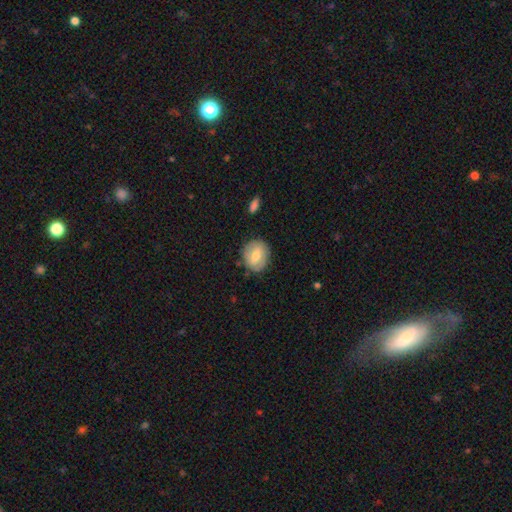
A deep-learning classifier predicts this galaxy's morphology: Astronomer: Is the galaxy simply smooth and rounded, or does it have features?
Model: smooth — 61%.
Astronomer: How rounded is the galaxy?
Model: round — 69%.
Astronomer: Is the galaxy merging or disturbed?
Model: none — 81%.